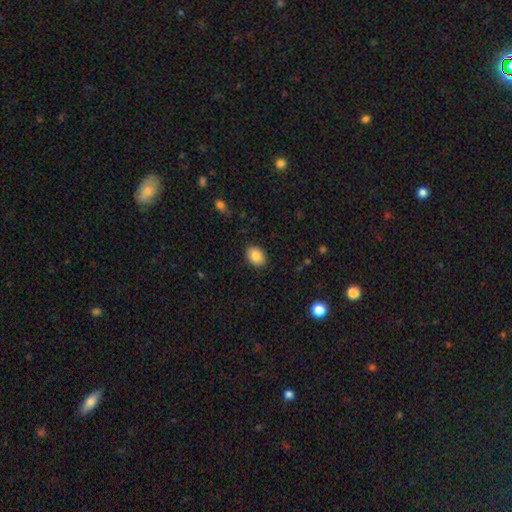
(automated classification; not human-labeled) Q: Smooth or featured?
A: smooth (86%); runner-up: star or artifact (8%)
Q: How rounded?
A: in between (63%); runner-up: round (36%)
Q: Merging?
A: none (88%); runner-up: minor disturbance (9%)